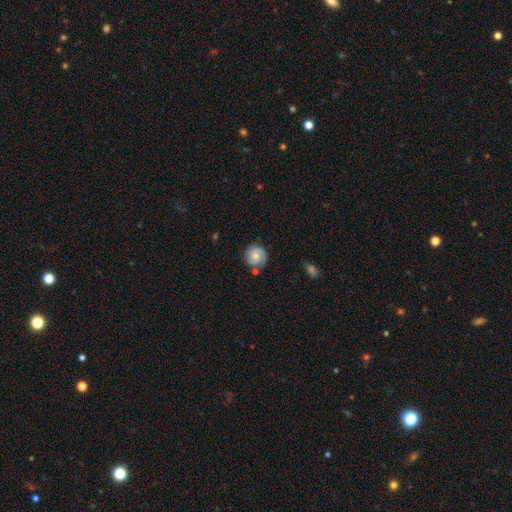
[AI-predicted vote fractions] A featured or disk galaxy (47%).

Vote fractions:
- Smooth or featured? featured or disk: 47% / smooth: 45% / star or artifact: 8%
- Merging? none: 71% / minor disturbance: 17% / merger: 6% / major disturbance: 5%